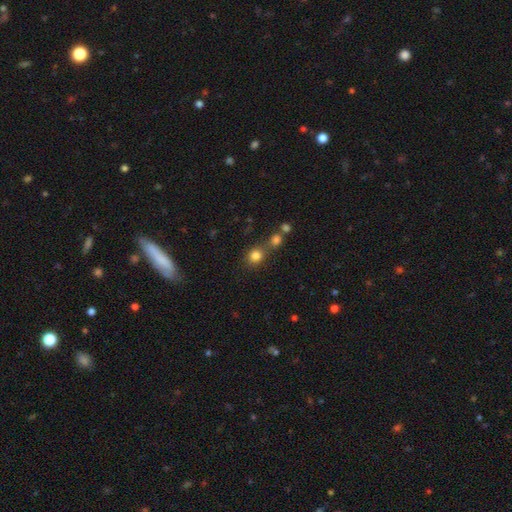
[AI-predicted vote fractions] A smooth galaxy with no disk features (80%) that is round (83%).

Vote fractions:
- Smooth or featured? smooth: 80% / star or artifact: 13% / featured or disk: 7%
- How rounded? round: 83% / in between: 16% / cigar-shaped: 1%
- Merging? none: 55% / merger: 31% / minor disturbance: 9% / major disturbance: 4%